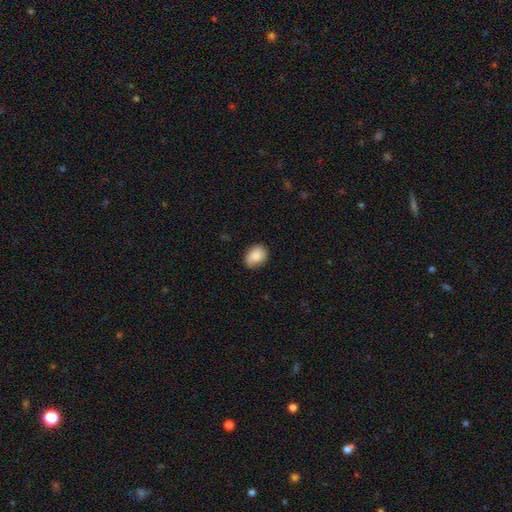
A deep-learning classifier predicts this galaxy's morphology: The model was most divided on "how rounded": in between: 61%, round: 38%, cigar-shaped: 1%. More confident: smooth or featured — smooth (83%); merging — none (69%).